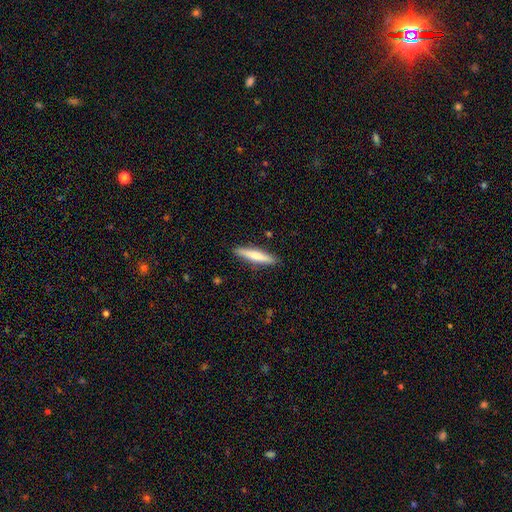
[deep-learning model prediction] Smooth or featured? smooth (67%)
How rounded? cigar-shaped (90%)
Merging? none (90%)